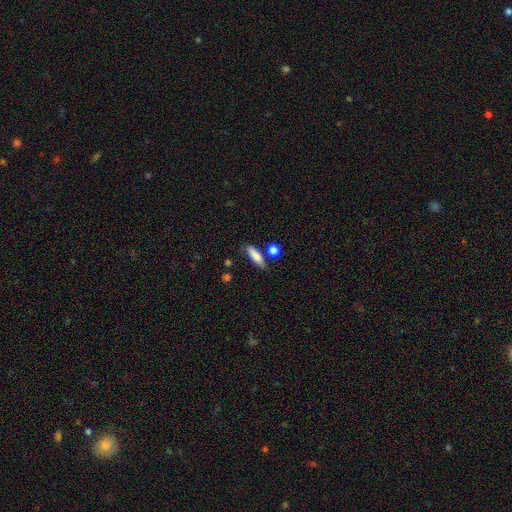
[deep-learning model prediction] This appears to be a smooth galaxy with no disk features (82%) that is in between round and cigar-shaped (50%). Merging: none (71%).